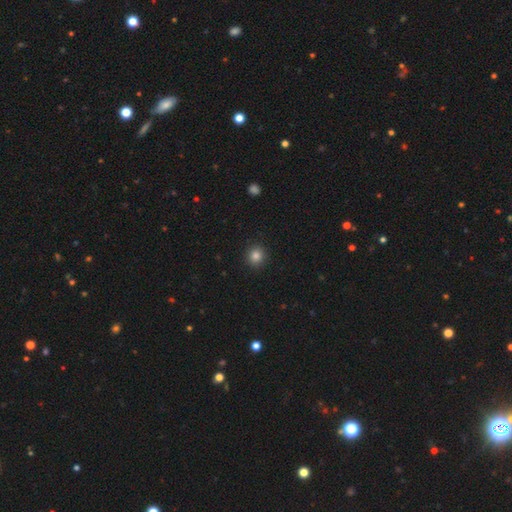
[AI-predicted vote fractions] Smooth or featured: smooth — 83% (star or artifact — 12%)
How rounded: round — 90% (in between — 9%)
Merging: none — 92% (minor disturbance — 5%)